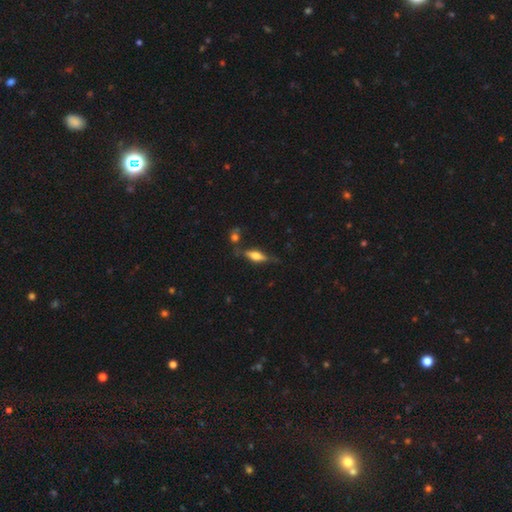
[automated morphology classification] Smooth or featured?
  - featured or disk: 55% *
  - smooth: 37%
  - star or artifact: 8%
Edge-on disk?
  - yes: 91% *
  - no: 9%
Edge-on bulge?
  - rounded: 87% *
  - boxy: 10%
  - none: 3%
Merging?
  - none: 69% *
  - minor disturbance: 16%
  - merger: 9%
  - major disturbance: 6%